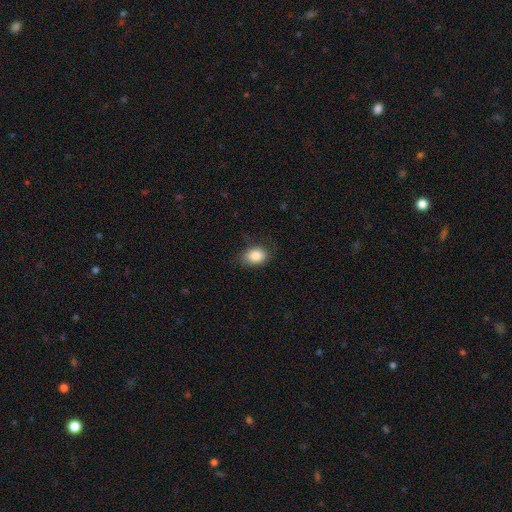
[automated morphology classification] Smooth or featured: smooth — 85% (star or artifact — 8%)
How rounded: in between — 74% (round — 25%)
Merging: none — 78% (minor disturbance — 17%)